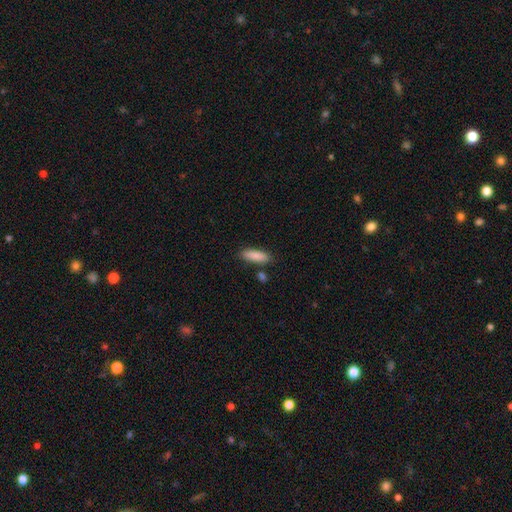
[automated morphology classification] smooth_or_featured: smooth (p=0.88) [alt: star or artifact p=0.06]
how_rounded: in between (p=0.58) [alt: cigar-shaped p=0.40]
merging: none (p=0.82) [alt: minor disturbance p=0.11]